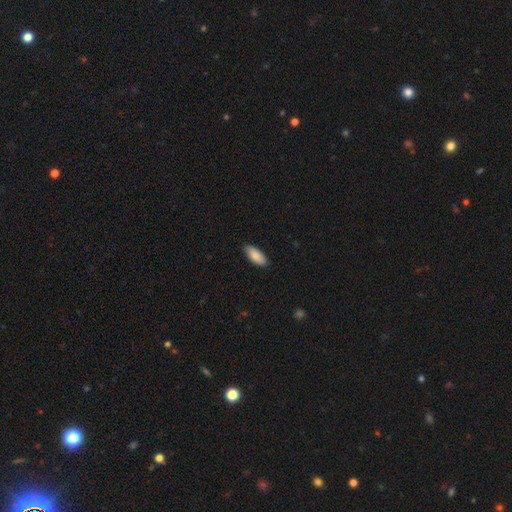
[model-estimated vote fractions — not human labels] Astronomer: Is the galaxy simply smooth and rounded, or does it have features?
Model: smooth — 87%.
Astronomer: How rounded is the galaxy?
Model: in between — 83%.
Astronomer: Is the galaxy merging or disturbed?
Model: none — 85%.